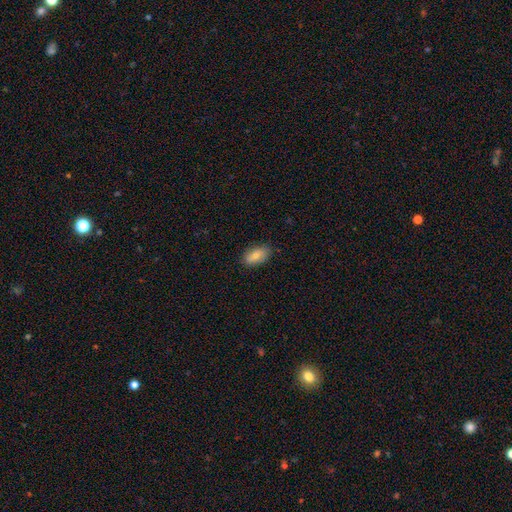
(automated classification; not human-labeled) Smooth or featured: smooth — 76% (featured or disk — 17%)
How rounded: in between — 92% (round — 5%)
Merging: none — 84% (minor disturbance — 13%)